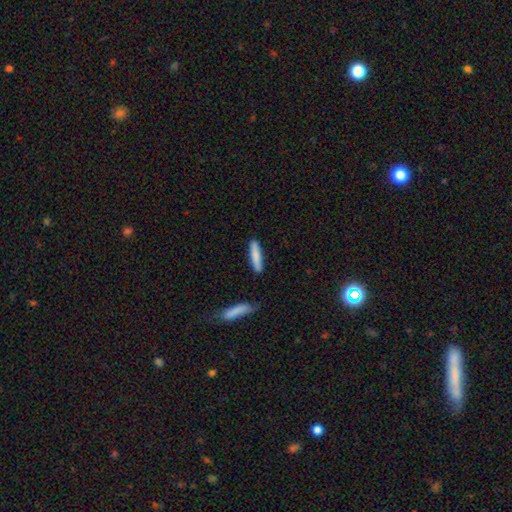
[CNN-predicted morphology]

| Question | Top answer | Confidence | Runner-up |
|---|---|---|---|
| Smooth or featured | smooth | 81% | featured or disk (14%) |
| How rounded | cigar-shaped | 86% | in between (13%) |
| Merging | none | 84% | minor disturbance (11%) |